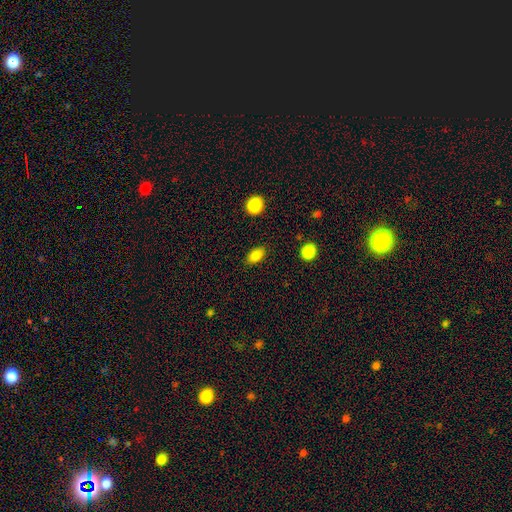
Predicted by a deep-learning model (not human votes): Smooth or featured? smooth (86%)
How rounded? in between (88%)
Merging? none (86%)